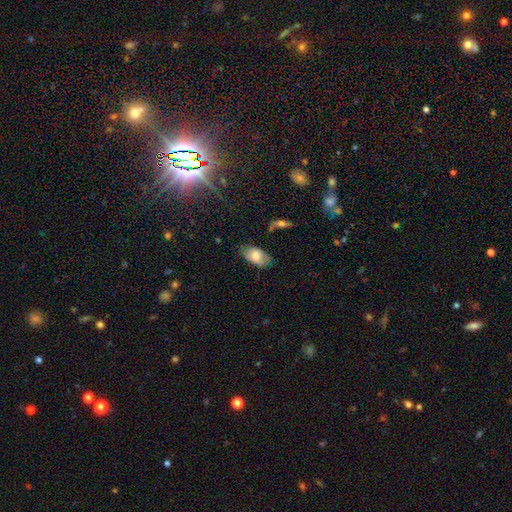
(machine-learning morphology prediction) The model was most divided on "merging": none: 68%, minor disturbance: 24%, major disturbance: 5%, merger: 3%. More confident: how rounded — in between (94%); smooth or featured — smooth (73%).